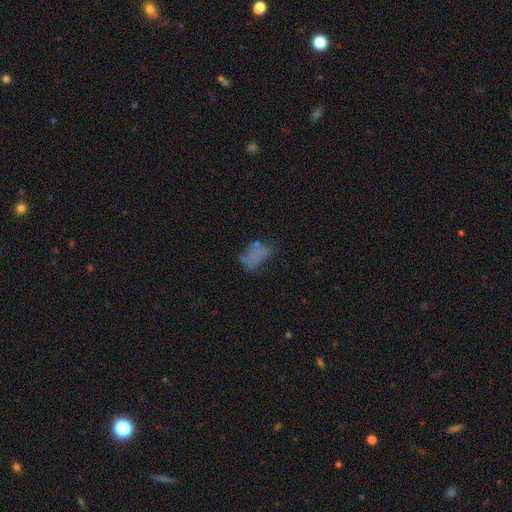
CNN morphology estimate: Overall: smooth (51%; featured or disk 29%). How rounded: in between (84%). Merging: none (39%; major disturbance 28%).